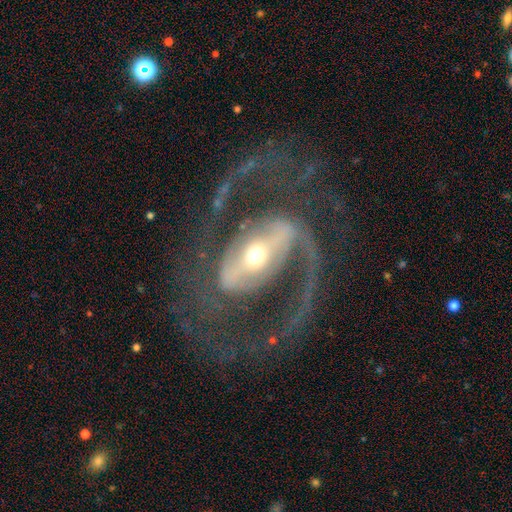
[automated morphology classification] Smooth or featured?
  - featured or disk: 92% *
  - star or artifact: 4%
  - smooth: 4%
Edge-on disk?
  - no: 96% *
  - yes: 4%
Bar?
  - strong: 64% *
  - weak: 25%
  - no: 11%
Spiral arms?
  - yes: 95% *
  - no: 5%
Spiral winding?
  - medium: 58% *
  - loose: 24%
  - tight: 18%
Spiral arm count?
  - 2: 88% *
  - 1: 3%
  - can't tell: 3%
  - 3: 3%
  - 4: 1%
  - more than 4: 1%
Bulge size?
  - moderate: 58% *
  - small: 33%
  - large: 7%
  - dominant: 1%
  - none: 1%
Merging?
  - none: 68% *
  - major disturbance: 17%
  - minor disturbance: 13%
  - merger: 2%